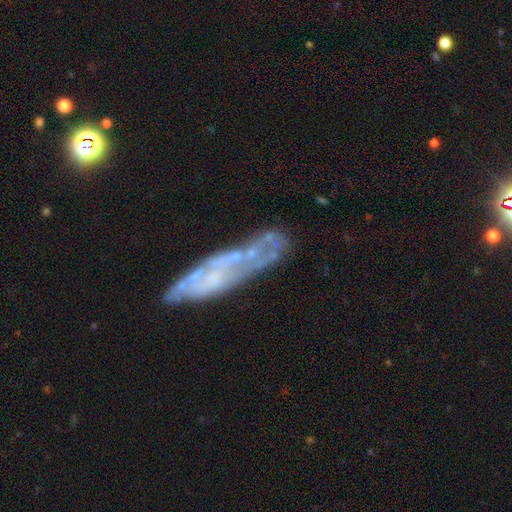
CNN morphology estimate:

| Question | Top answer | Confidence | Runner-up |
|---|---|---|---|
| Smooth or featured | featured or disk | 65% | smooth (27%) |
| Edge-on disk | no | 66% | yes (34%) |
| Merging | none | 54% | minor disturbance (23%) |